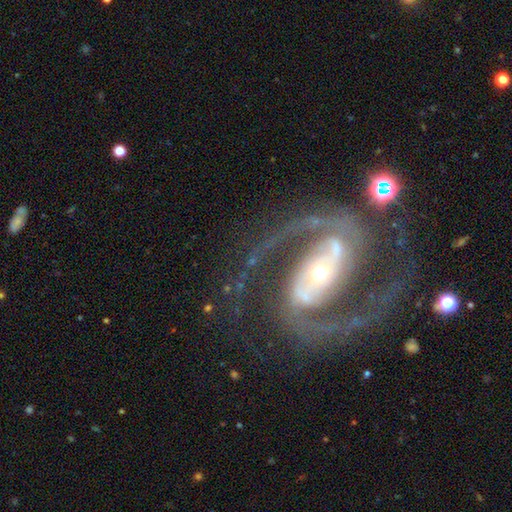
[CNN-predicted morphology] Smooth or featured?
  - featured or disk: 93% *
  - star or artifact: 5%
  - smooth: 3%
Edge-on disk?
  - no: 98% *
  - yes: 2%
Bar?
  - strong: 51% *
  - weak: 27%
  - no: 22%
Spiral arms?
  - yes: 98% *
  - no: 2%
Spiral winding?
  - medium: 64% *
  - tight: 24%
  - loose: 12%
Spiral arm count?
  - 2: 94% *
  - 3: 2%
  - can't tell: 1%
  - 1: 1%
  - 4: 1%
  - more than 4: 1%
Bulge size?
  - small: 54% *
  - moderate: 39%
  - large: 4%
  - dominant: 1%
  - none: 1%
Merging?
  - none: 74% *
  - minor disturbance: 12%
  - major disturbance: 8%
  - merger: 5%